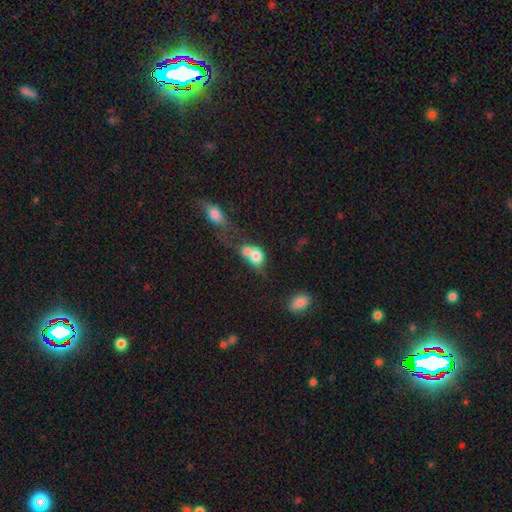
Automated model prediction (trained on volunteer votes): smooth 71%, featured or disk 20%, star or artifact 9%. Down the decision tree: how rounded — in between (54%); merging — merger (68%).